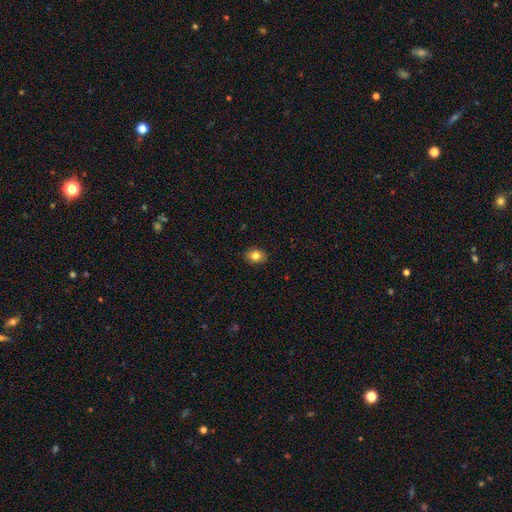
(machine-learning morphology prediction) Q: Smooth or featured?
A: smooth (82%); runner-up: star or artifact (10%)
Q: How rounded?
A: in between (56%); runner-up: round (43%)
Q: Merging?
A: none (90%); runner-up: minor disturbance (8%)